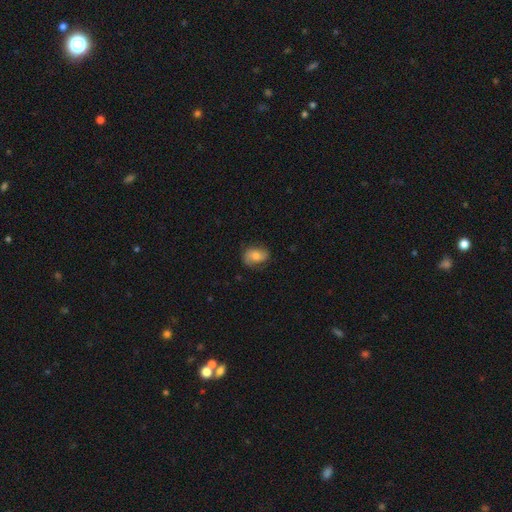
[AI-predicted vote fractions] A smooth galaxy with no disk features (56%) that is in between round and cigar-shaped (70%). Merging: none (69%).